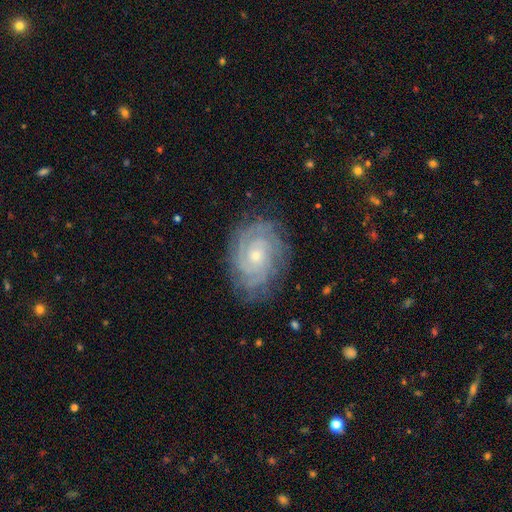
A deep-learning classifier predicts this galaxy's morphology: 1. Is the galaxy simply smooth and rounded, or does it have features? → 87% featured or disk, 7% smooth, 6% star or artifact.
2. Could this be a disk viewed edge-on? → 97% no, 3% yes.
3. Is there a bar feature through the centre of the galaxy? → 76% no, 20% weak, 4% strong.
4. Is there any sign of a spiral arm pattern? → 97% yes, 3% no.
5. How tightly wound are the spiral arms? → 79% tight, 18% medium, 3% loose.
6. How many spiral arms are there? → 26% can't tell, 21% 2, 21% 3, 17% 4, 8% more than 4, 6% 1.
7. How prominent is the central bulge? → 65% small, 32% moderate, 1% large, 1% none, 1% dominant.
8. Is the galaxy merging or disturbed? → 79% none, 15% minor disturbance, 5% major disturbance, 1% merger.